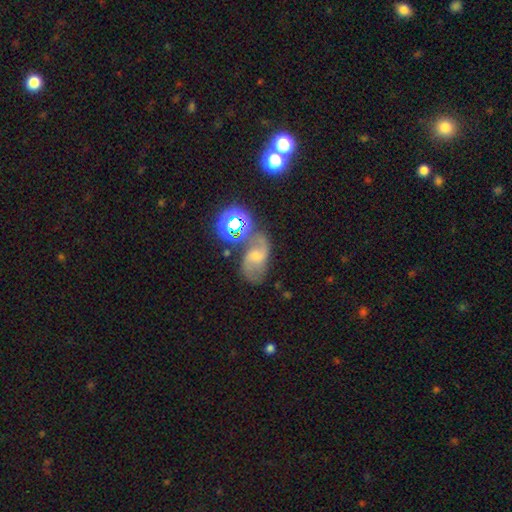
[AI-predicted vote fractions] Morphology: type=featured or disk (69%); edge-on=no (97%); bar=weak (48%); spiral arms=yes (93%); winding=loose (49%); arm count=2 (88%); bulge=small (51%); merging=none (57%).